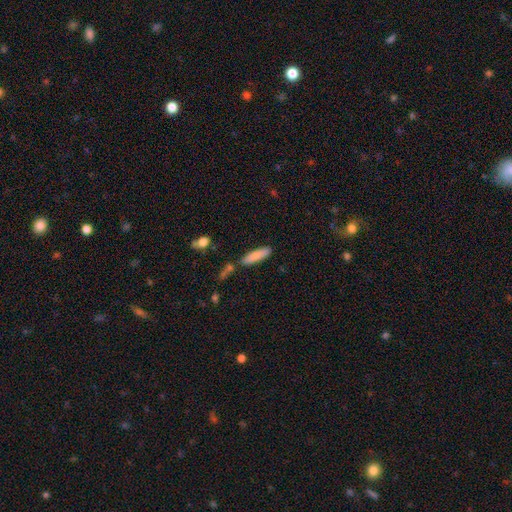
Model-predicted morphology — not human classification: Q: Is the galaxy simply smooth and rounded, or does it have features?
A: smooth — 82%.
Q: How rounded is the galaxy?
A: cigar-shaped — 69%.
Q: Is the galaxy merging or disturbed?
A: none — 79%.